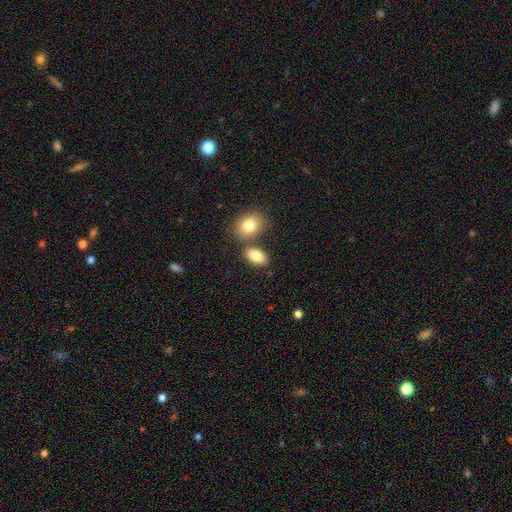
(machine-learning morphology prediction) The model was most divided on "merging": none: 63%, merger: 22%, minor disturbance: 11%, major disturbance: 3%. More confident: how rounded — in between (88%); smooth or featured — smooth (83%).